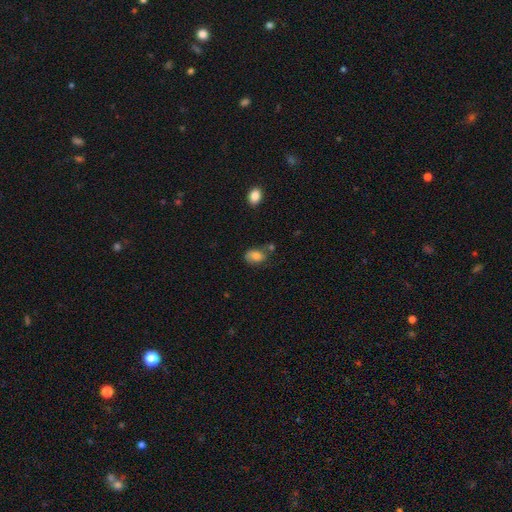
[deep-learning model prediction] Smooth or featured?
  - smooth: 73% *
  - featured or disk: 17%
  - star or artifact: 9%
How rounded?
  - in between: 82% *
  - round: 17%
  - cigar-shaped: 2%
Merging?
  - none: 51% *
  - minor disturbance: 28%
  - merger: 11%
  - major disturbance: 10%